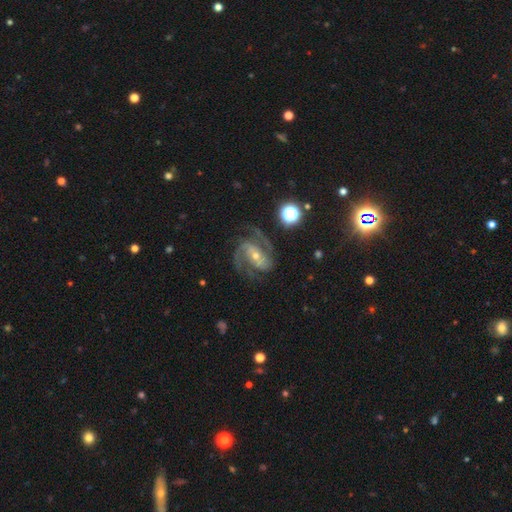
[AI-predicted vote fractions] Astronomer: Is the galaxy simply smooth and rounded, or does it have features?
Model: featured or disk — 89%.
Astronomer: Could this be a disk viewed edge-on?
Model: no — 97%.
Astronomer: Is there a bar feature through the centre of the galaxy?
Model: strong — 40% (runner-up: weak, 34%).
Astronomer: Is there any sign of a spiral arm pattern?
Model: yes — 98%.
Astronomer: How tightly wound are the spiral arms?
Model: medium — 57%.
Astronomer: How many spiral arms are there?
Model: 2 — 72%.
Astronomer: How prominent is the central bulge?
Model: small — 63%.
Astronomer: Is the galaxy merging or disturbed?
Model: none — 74%.